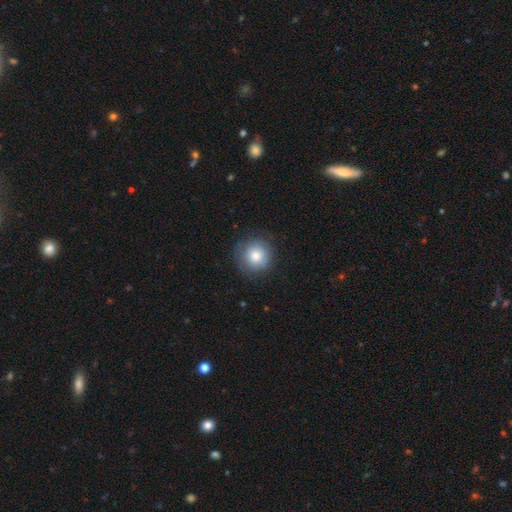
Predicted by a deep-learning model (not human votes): A smooth galaxy with no disk features (80%) that is round (93%). Merging: none (84%).